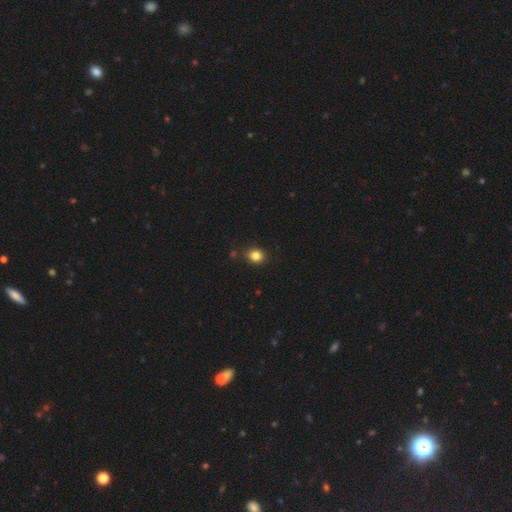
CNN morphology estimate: Overall: smooth (83%). How rounded: round (78%). Merging: none (87%).